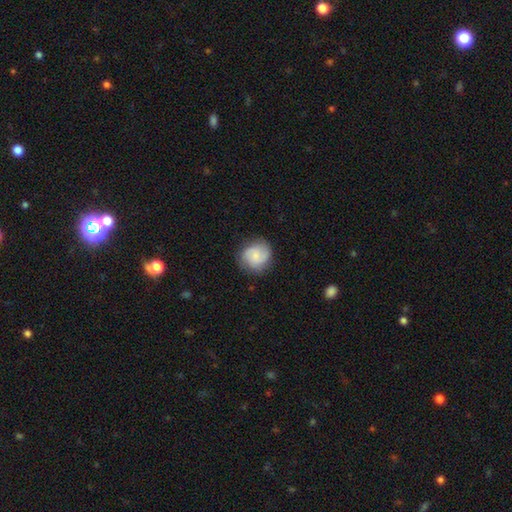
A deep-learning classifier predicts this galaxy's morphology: A smooth galaxy with no disk features (51%) that is round (83%).

Vote fractions:
- Smooth or featured? smooth: 51% / featured or disk: 42% / star or artifact: 8%
- How rounded? round: 83% / in between: 16% / cigar-shaped: 1%
- Merging? none: 78% / minor disturbance: 16% / major disturbance: 5% / merger: 1%